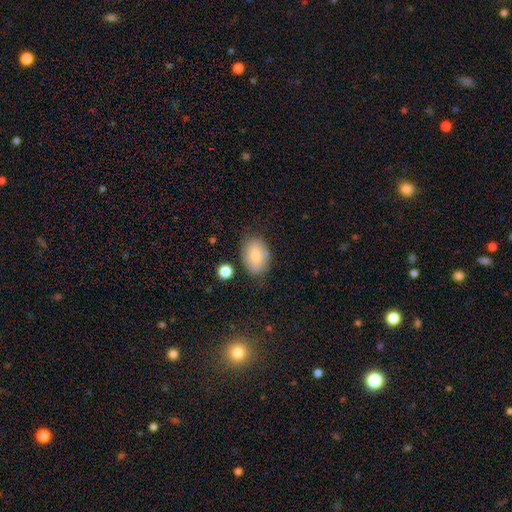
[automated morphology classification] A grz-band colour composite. It shows a smooth galaxy with no disk features (80%) that is in between round and cigar-shaped (84%). Merging: none (74%).